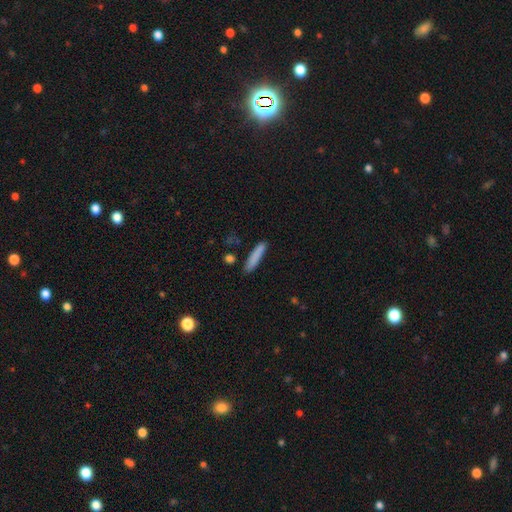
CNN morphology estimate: type=smooth (83%); roundness=cigar-shaped (89%); merging=none (83%).